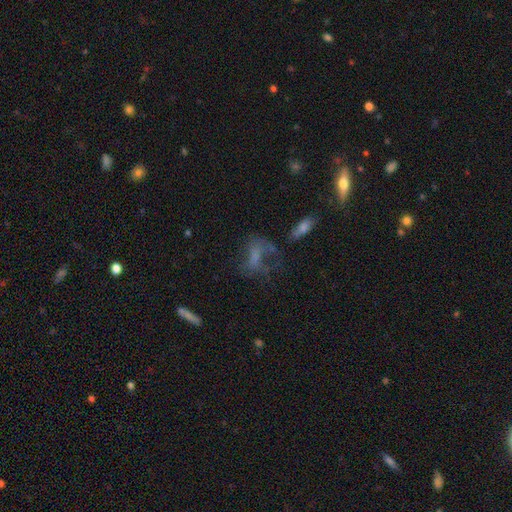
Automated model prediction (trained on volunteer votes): This is marginally a smooth galaxy (41%). Merging: marginally none (36%, tied with major disturbance).